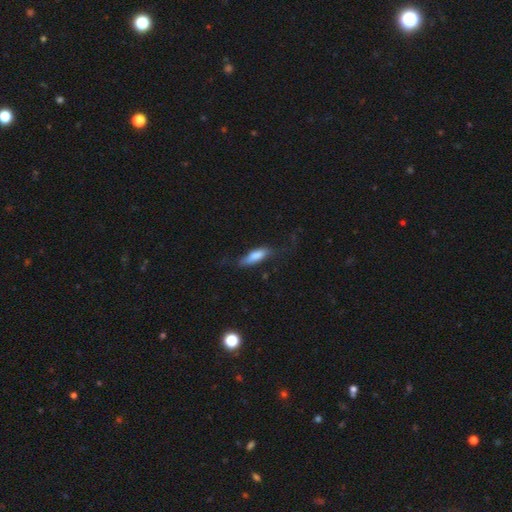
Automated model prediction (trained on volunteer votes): A smooth galaxy with no disk features (73%) that is in between round and cigar-shaped (51%). Merging: none (52%).